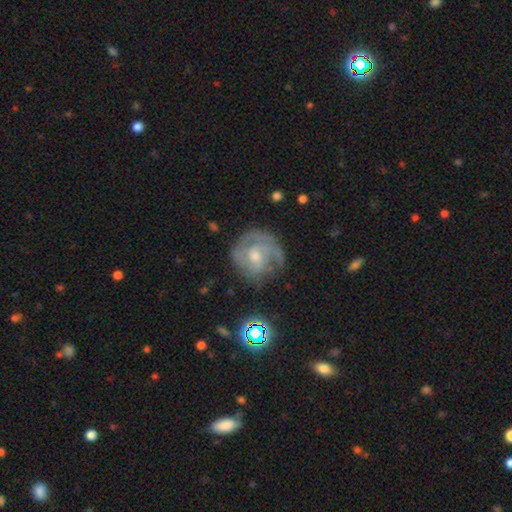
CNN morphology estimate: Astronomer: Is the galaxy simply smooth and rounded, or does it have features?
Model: featured or disk — 73%.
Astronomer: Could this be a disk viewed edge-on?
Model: no — 98%.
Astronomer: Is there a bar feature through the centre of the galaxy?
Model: no — 63%.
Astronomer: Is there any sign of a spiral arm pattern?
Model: yes — 88%.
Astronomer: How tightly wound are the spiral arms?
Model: tight — 54% (runner-up: medium, 34%).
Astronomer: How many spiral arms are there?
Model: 2 — 31%, tied with can't tell at 31%.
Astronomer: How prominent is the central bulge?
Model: moderate — 50% (runner-up: small, 40%).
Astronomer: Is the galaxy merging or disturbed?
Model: none — 64%.